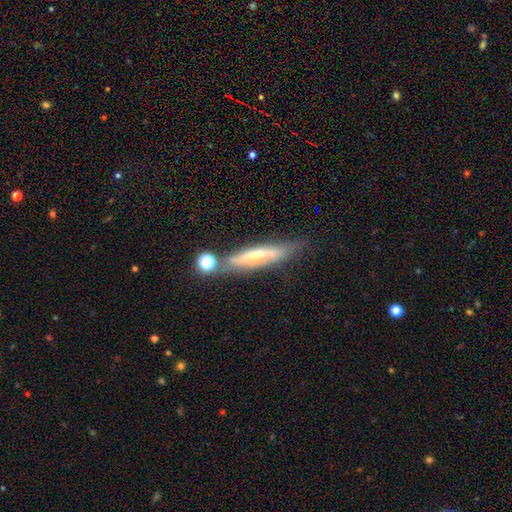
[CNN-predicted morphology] featured or disk 55%, smooth 36%, star or artifact 9%. Down the decision tree: edge-on disk — yes (71%); merging — none (56%).